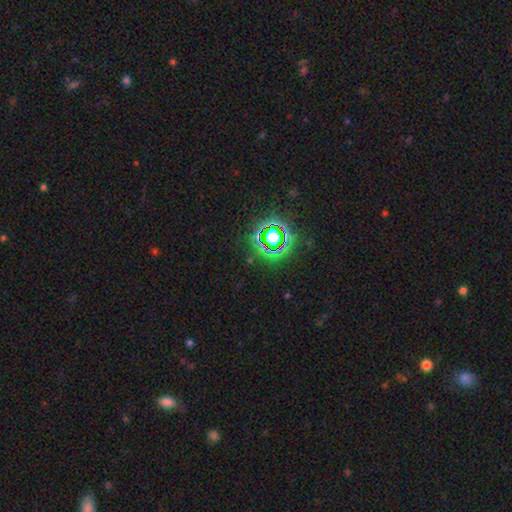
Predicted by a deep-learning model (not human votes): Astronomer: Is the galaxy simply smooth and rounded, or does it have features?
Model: star or artifact — 79%.